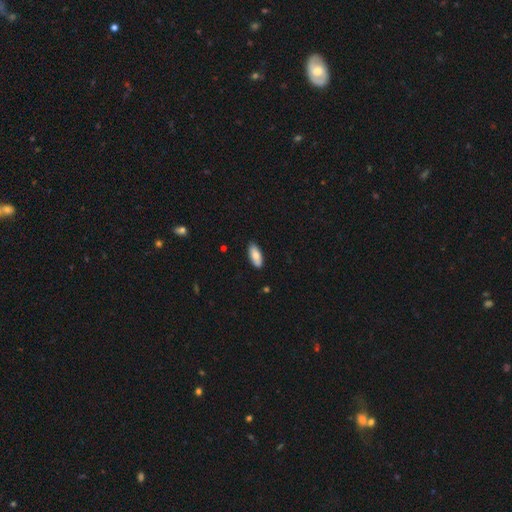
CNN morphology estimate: A smooth galaxy with no disk features (80%) that is in between round and cigar-shaped (83%).

Vote fractions:
- Smooth or featured? smooth: 80% / featured or disk: 14% / star or artifact: 6%
- How rounded? in between: 83% / cigar-shaped: 15% / round: 2%
- Merging? none: 87% / minor disturbance: 10% / major disturbance: 2% / merger: 1%